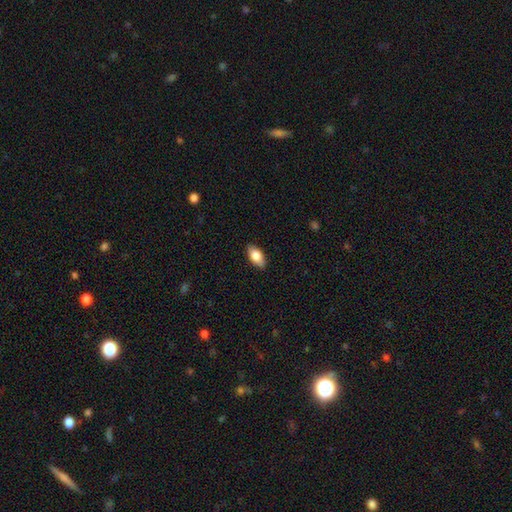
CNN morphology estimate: smooth 81%, featured or disk 13%, star or artifact 7%. Down the decision tree: how rounded — in between (91%); merging — none (87%).